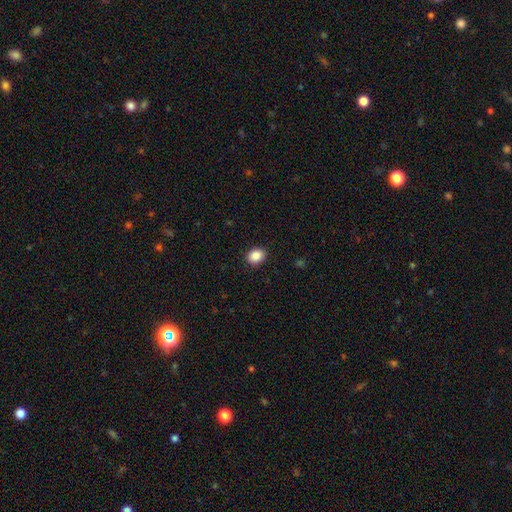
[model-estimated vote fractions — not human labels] Q: Smooth or featured?
A: smooth (88%); runner-up: star or artifact (9%)
Q: How rounded?
A: in between (51%); runner-up: round (48%)
Q: Merging?
A: none (91%); runner-up: minor disturbance (7%)